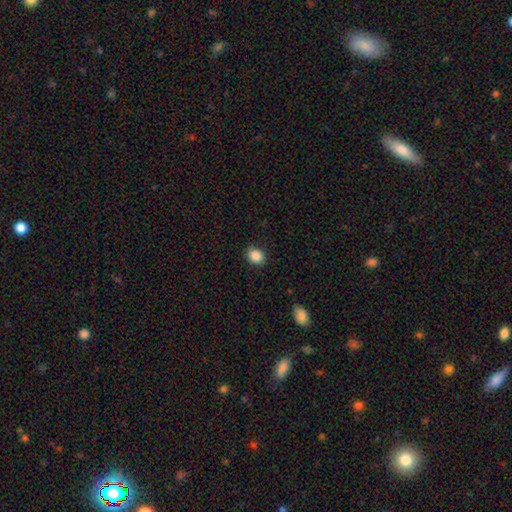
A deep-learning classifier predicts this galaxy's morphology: Smooth or featured?
  - smooth: 88% *
  - star or artifact: 9%
  - featured or disk: 4%
How rounded?
  - in between: 55% *
  - round: 44%
  - cigar-shaped: 1%
Merging?
  - none: 85% *
  - minor disturbance: 11%
  - major disturbance: 3%
  - merger: 1%